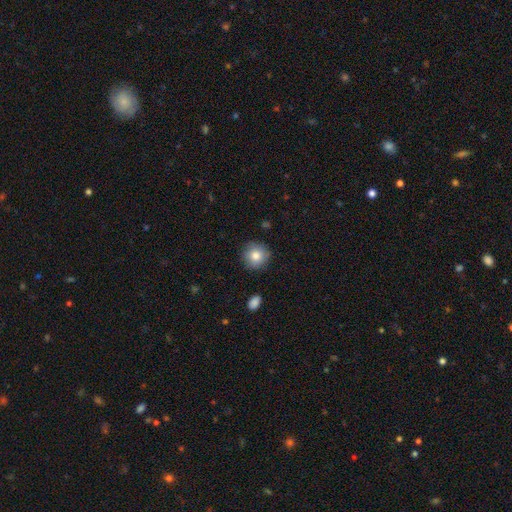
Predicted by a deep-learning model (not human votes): Q: Smooth or featured?
A: smooth (82%); runner-up: featured or disk (9%)
Q: How rounded?
A: round (93%); runner-up: in between (6%)
Q: Merging?
A: none (87%); runner-up: minor disturbance (9%)